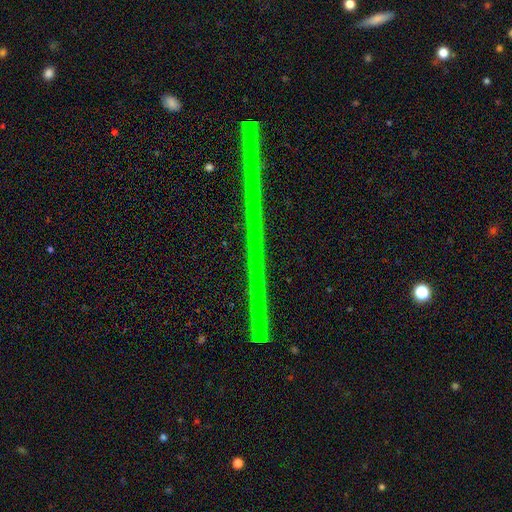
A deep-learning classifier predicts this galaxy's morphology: star or artifact 62%, featured or disk 27%, smooth 11%.